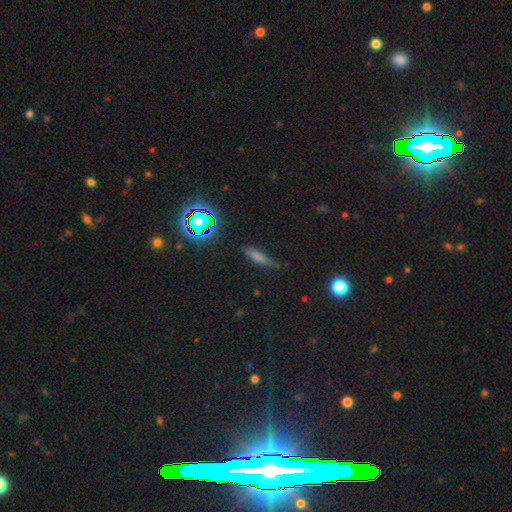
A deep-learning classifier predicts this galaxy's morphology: Smooth or featured: smooth — 62% (star or artifact — 21%)
How rounded: cigar-shaped — 79% (in between — 17%)
Merging: none — 72% (minor disturbance — 21%)